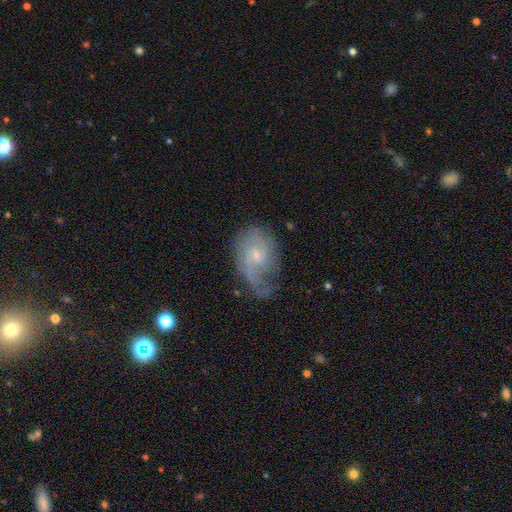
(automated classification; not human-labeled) Smooth or featured: featured or disk — 65% (smooth — 27%)
Edge-on disk: no — 96% (yes — 4%)
Bar: no — 67% (weak — 30%)
Spiral arms: yes — 82% (no — 18%)
Spiral winding: medium — 37% (loose — 36%)
Spiral arm count: 1 — 40% (2 — 27%)
Bulge size: small — 71% (moderate — 22%)
Merging: none — 38% (minor disturbance — 30%)